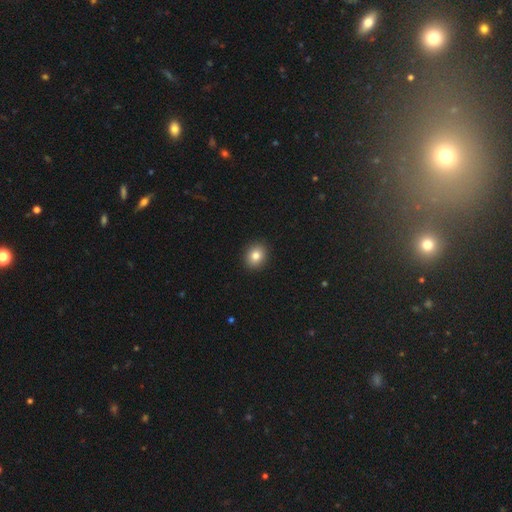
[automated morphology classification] The model was most divided on "how rounded": round: 67%, in between: 32%, cigar-shaped: 1%. More confident: merging — none (92%); smooth or featured — smooth (82%).